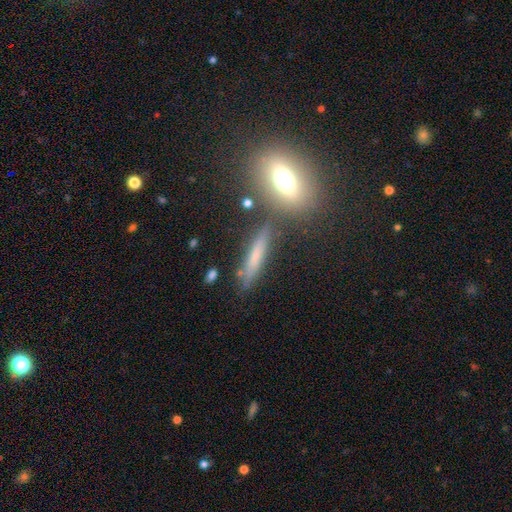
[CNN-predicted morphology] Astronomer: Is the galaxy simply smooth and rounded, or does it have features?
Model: smooth — 57%.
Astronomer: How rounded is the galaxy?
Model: cigar-shaped — 85%.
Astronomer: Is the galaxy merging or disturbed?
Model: none — 76%.